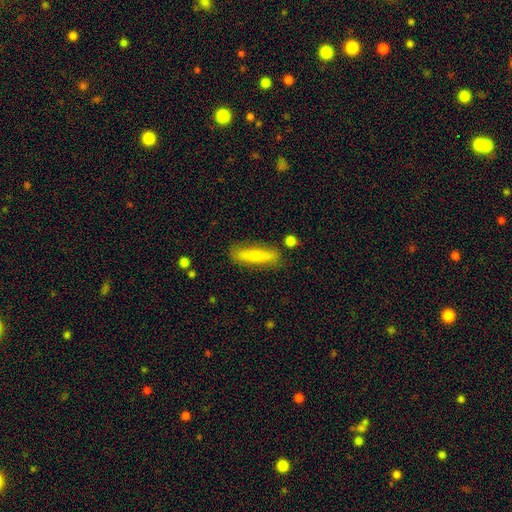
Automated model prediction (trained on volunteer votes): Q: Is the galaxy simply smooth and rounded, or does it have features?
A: smooth — 60%.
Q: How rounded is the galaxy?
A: cigar-shaped — 72%.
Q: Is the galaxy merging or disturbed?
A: none — 80%.